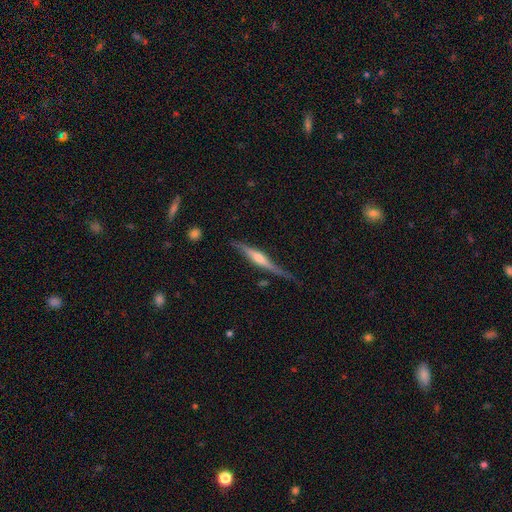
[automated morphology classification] This appears to be a featured or disk galaxy (78%) viewed edge-on (97%) with a rounded central bulge (84%). Merging: none (76%).